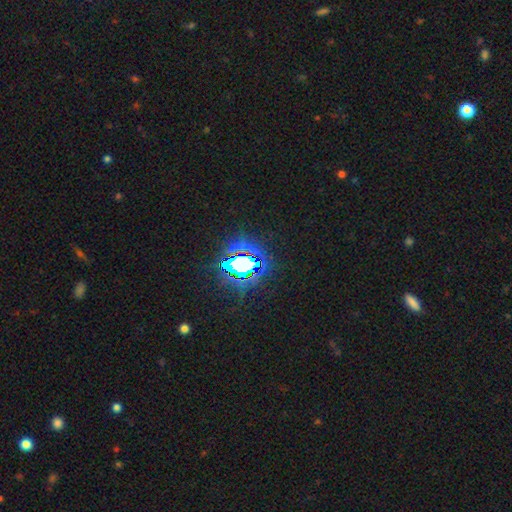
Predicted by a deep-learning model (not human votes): The model was most divided on "smooth or featured": star or artifact: 84%, smooth: 10%, featured or disk: 6%.